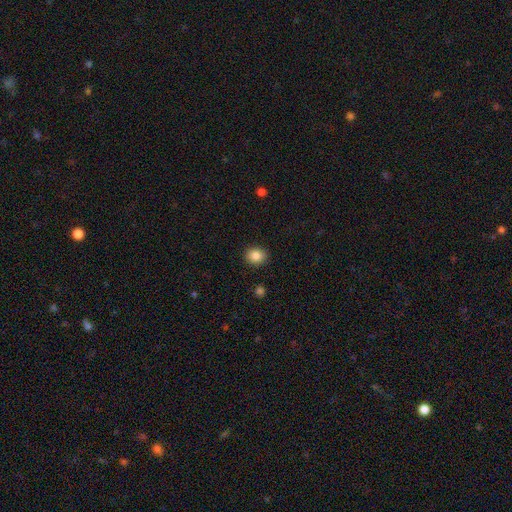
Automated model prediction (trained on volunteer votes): smooth-or-featured: smooth: 86% | star or artifact: 9% | featured or disk: 4%
  how-rounded: round: 69% | in between: 30% | cigar-shaped: 1%
  merging: none: 90% | minor disturbance: 7% | major disturbance: 2% | merger: 1%